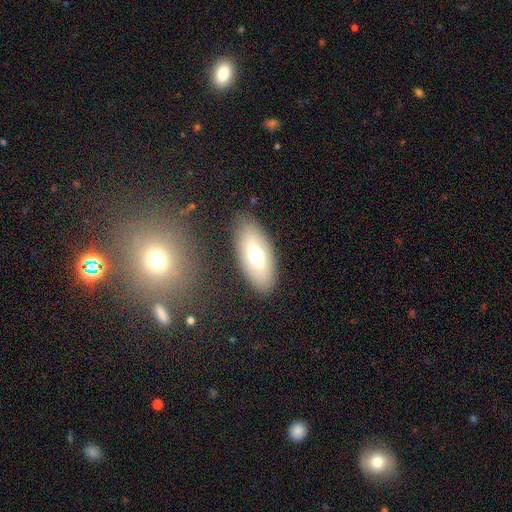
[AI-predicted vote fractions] Smooth or featured? smooth (62%)
How rounded? in between (87%)
Merging? none (84%)